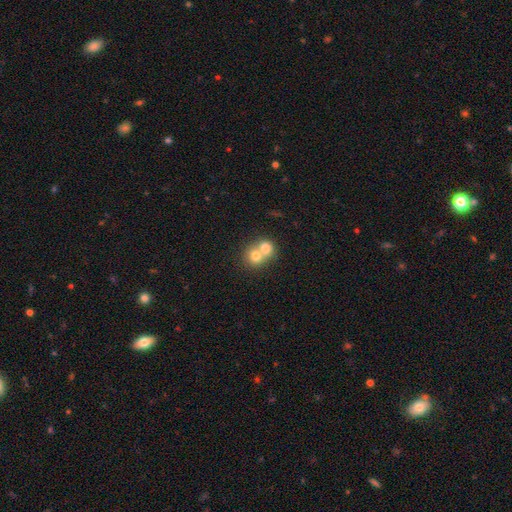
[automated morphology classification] Overall: smooth (72%). How rounded: round (77%). Merging: merger (70%).